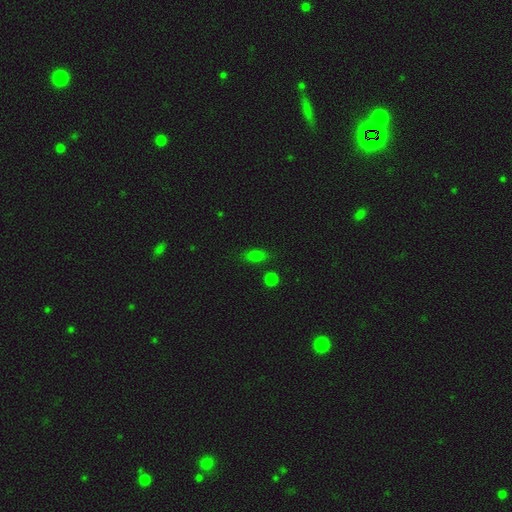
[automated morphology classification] A smooth galaxy with no disk features (76%) that is in between round and cigar-shaped (74%). Merging: none (78%).